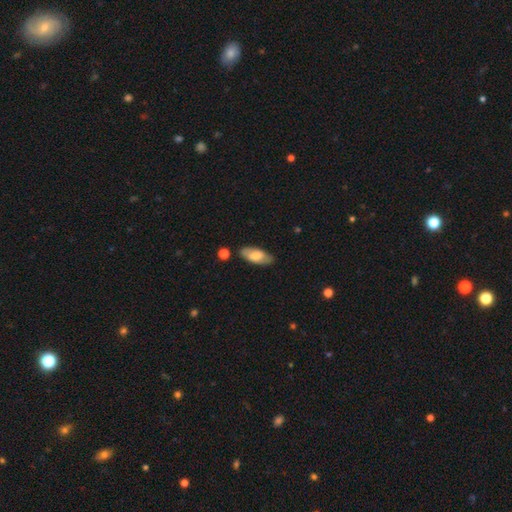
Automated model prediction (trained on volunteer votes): The model was most divided on "smooth or featured": smooth: 62%, featured or disk: 31%, star or artifact: 6%. More confident: how rounded — in between (85%); merging — none (81%).